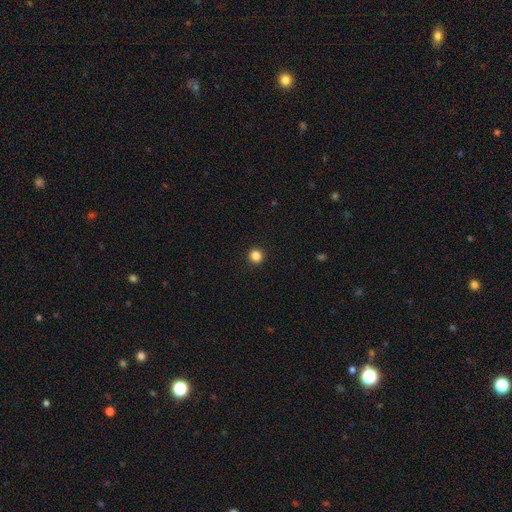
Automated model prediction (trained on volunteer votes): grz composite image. It shows a smooth galaxy with no disk features (85%) that is round (94%). Merging: none (93%).